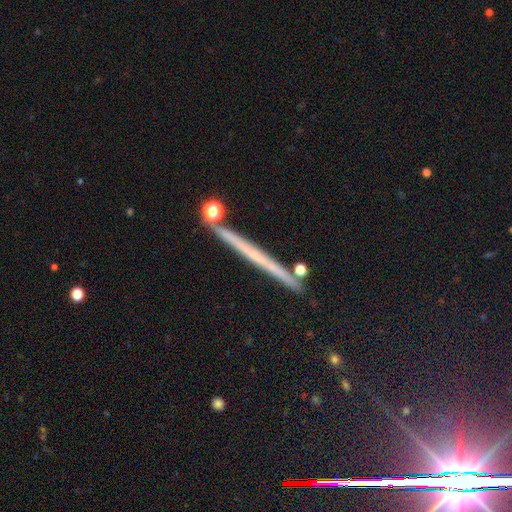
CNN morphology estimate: This appears to be a featured or disk galaxy (55%) viewed edge-on (97%) with no central bulge (80%). Merging: none (87%).